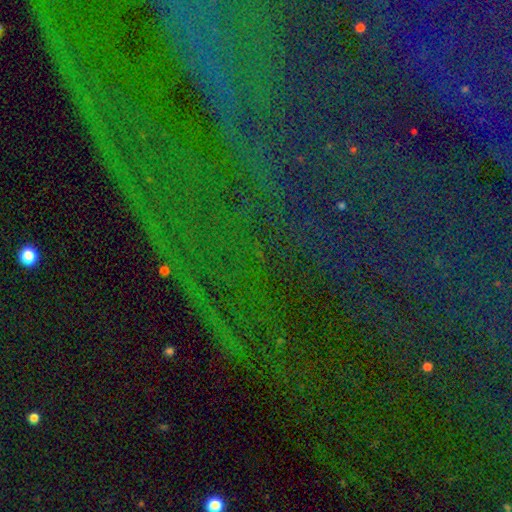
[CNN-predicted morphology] smooth-or-featured: star or artifact: 85% | featured or disk: 8% | smooth: 7%